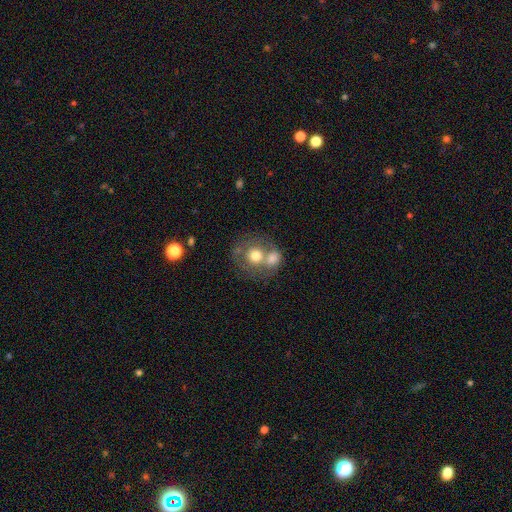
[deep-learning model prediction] This appears to be a smooth galaxy with no disk features (64%) that is round (82%). Merging: merger (48%).